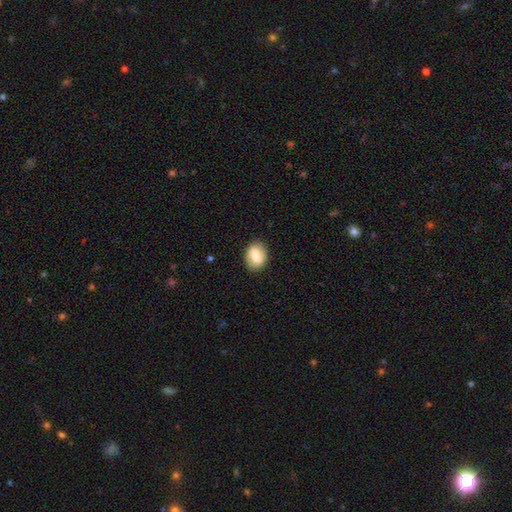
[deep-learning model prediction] Q: Smooth or featured?
A: smooth (62%); runner-up: featured or disk (31%)
Q: How rounded?
A: in between (66%); runner-up: round (33%)
Q: Merging?
A: none (85%); runner-up: minor disturbance (11%)